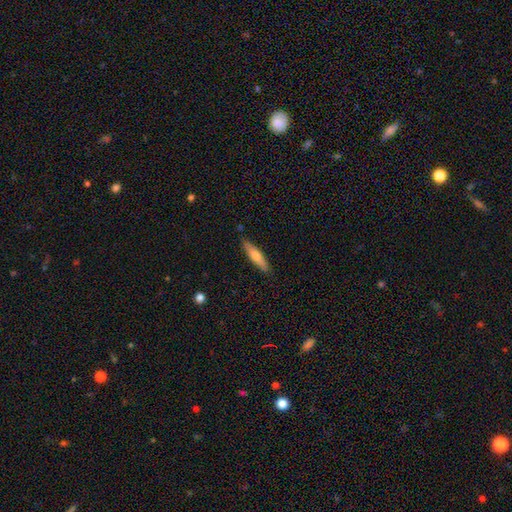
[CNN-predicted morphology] This appears to be a smooth galaxy with no disk features (63%) that is cigar-shaped (83%). Merging: none (87%).